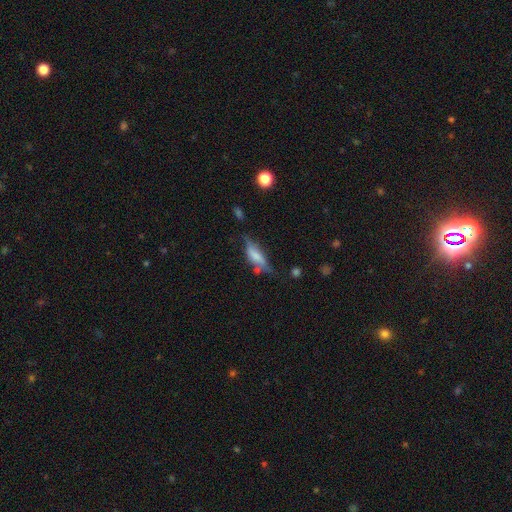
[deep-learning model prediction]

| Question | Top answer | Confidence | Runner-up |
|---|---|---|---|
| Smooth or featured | smooth | 55% | featured or disk (37%) |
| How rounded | in between | 55% | cigar-shaped (43%) |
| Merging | none | 45% | minor disturbance (31%) |